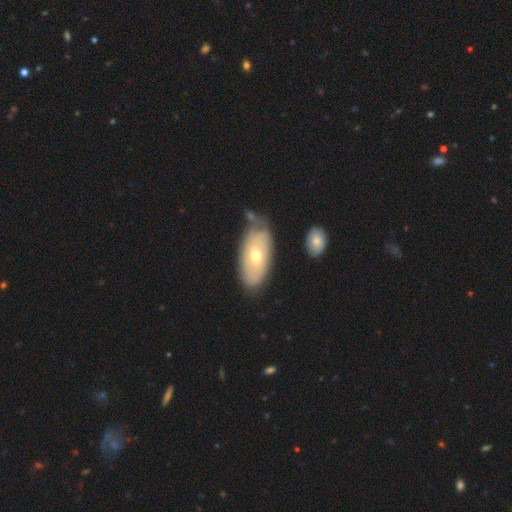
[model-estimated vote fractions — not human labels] Q: Smooth or featured?
A: smooth (48%); runner-up: featured or disk (45%)
Q: Merging?
A: none (61%); runner-up: minor disturbance (24%)